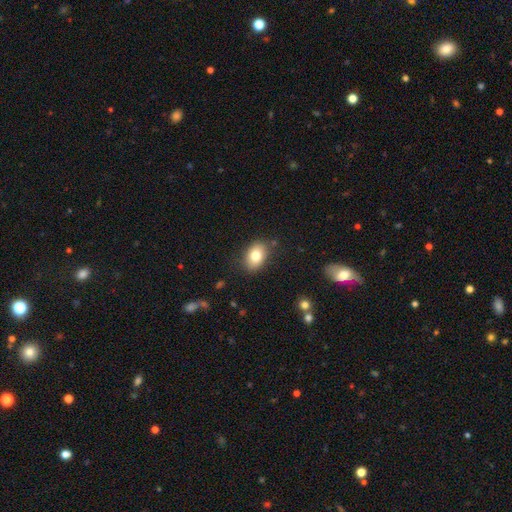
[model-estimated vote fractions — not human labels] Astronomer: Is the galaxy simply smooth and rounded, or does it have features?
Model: smooth — 79%.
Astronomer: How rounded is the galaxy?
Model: in between — 81%.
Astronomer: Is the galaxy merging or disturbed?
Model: none — 84%.